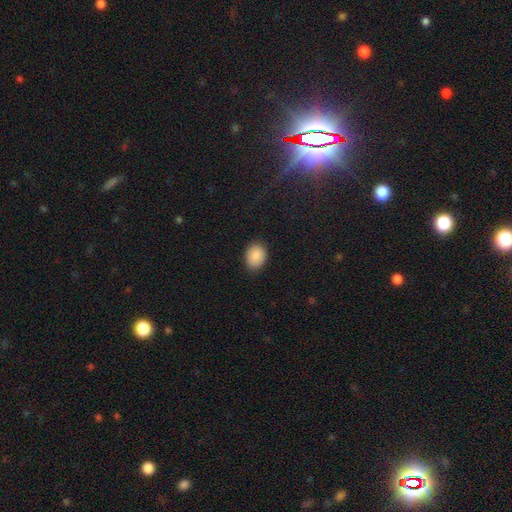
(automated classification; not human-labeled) smooth 88%, star or artifact 7%, featured or disk 5%. Down the decision tree: how rounded — in between (64%); merging — none (87%).